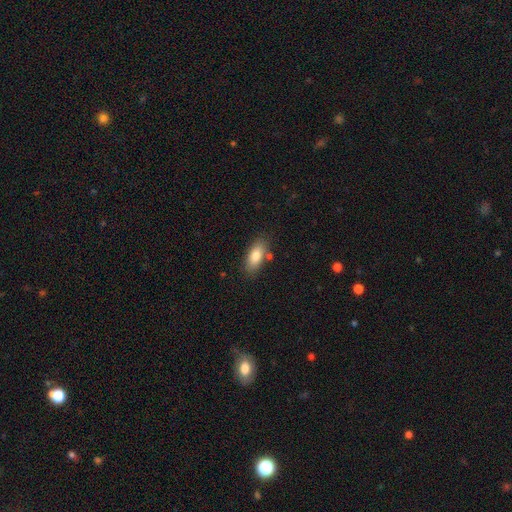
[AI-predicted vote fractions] Q: Smooth or featured?
A: smooth (83%); runner-up: featured or disk (10%)
Q: How rounded?
A: in between (87%); runner-up: cigar-shaped (10%)
Q: Merging?
A: none (78%); runner-up: minor disturbance (13%)